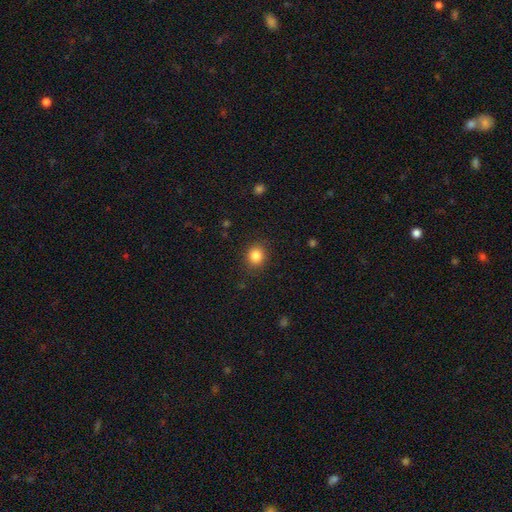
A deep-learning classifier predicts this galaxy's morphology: smooth 85%, star or artifact 10%, featured or disk 5%. Down the decision tree: how rounded — round (73%); merging — none (87%).